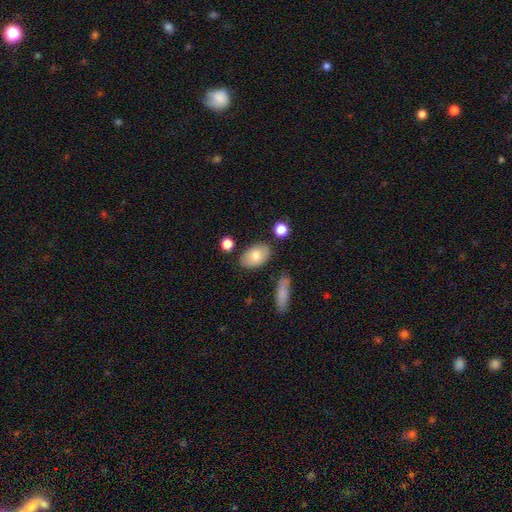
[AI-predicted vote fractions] Smooth or featured? Predicted: smooth (p=0.79). How rounded? Predicted: in between (p=0.89). Merging? Predicted: none (p=0.79).